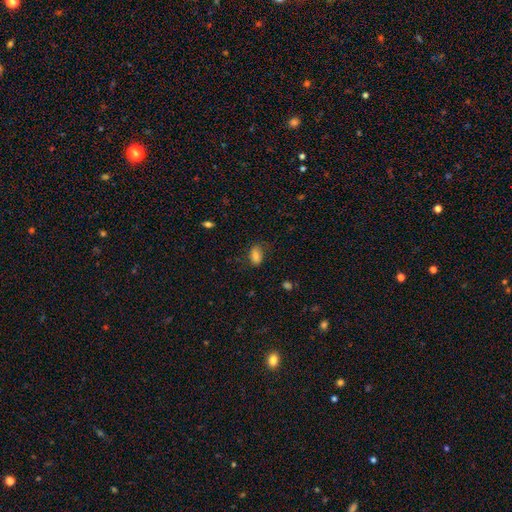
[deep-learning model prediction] Q: Smooth or featured?
A: smooth (81%); runner-up: star or artifact (10%)
Q: How rounded?
A: in between (87%); runner-up: round (8%)
Q: Merging?
A: none (72%); runner-up: minor disturbance (20%)